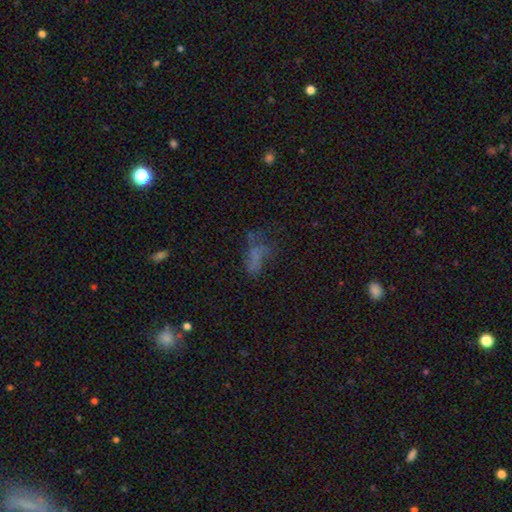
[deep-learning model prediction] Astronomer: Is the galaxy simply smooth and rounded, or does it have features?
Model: smooth — 47% (runner-up: featured or disk, 27%).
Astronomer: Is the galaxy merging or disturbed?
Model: none — 37% (runner-up: major disturbance, 34%).